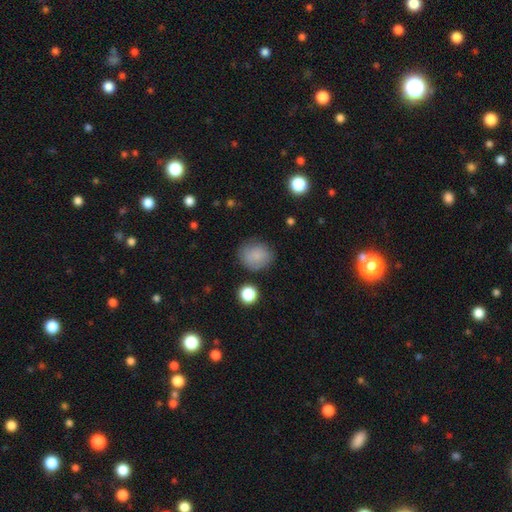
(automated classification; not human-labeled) The model was most divided on "how rounded": round: 73%, in between: 26%, cigar-shaped: 1%. More confident: smooth or featured — smooth (80%); merging — none (74%).